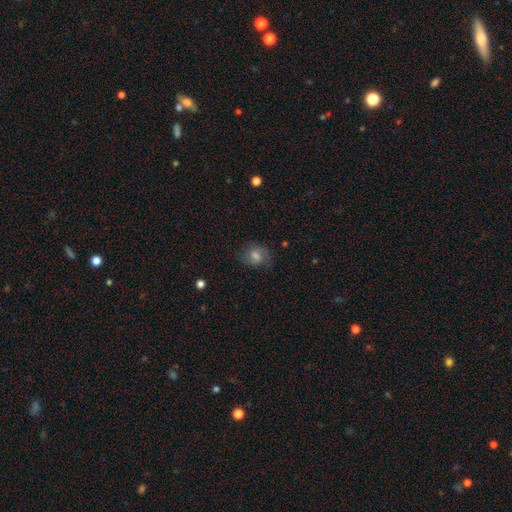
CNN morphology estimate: The model was most divided on "smooth or featured": smooth: 49%, featured or disk: 37%, star or artifact: 14%. More confident: merging — none (72%).